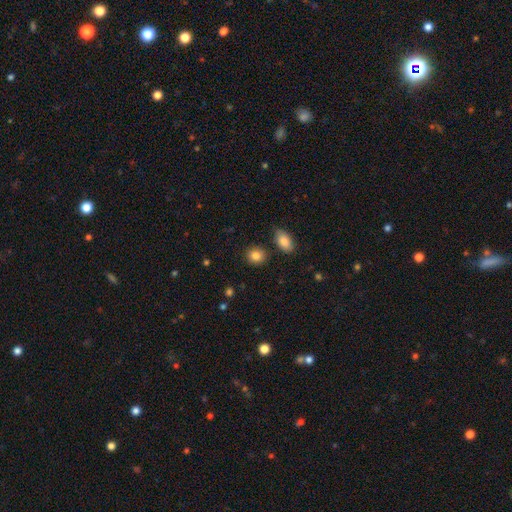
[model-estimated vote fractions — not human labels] smooth 85%, star or artifact 9%, featured or disk 6%. Down the decision tree: how rounded — round (74%); merging — none (84%).